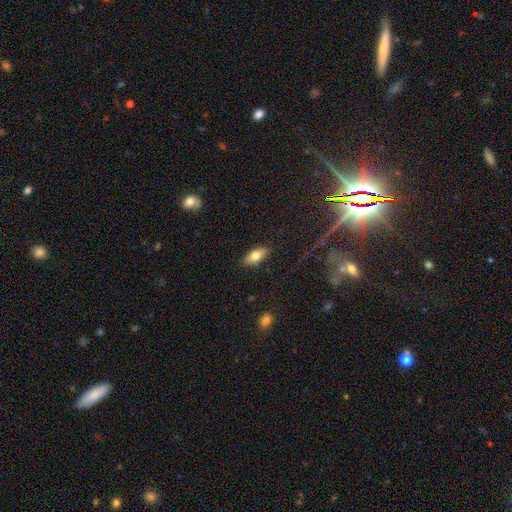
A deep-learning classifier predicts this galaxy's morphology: Smooth or featured: smooth — 74% (featured or disk — 19%)
How rounded: in between — 83% (cigar-shaped — 14%)
Merging: none — 87% (minor disturbance — 10%)